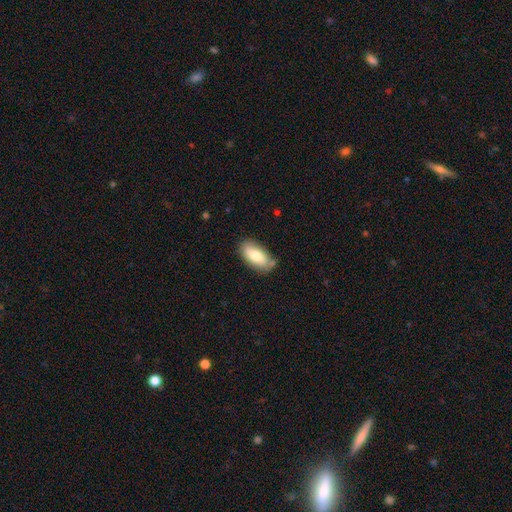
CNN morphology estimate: smooth 77%, featured or disk 17%, star or artifact 6%. Down the decision tree: how rounded — in between (91%); merging — none (72%).